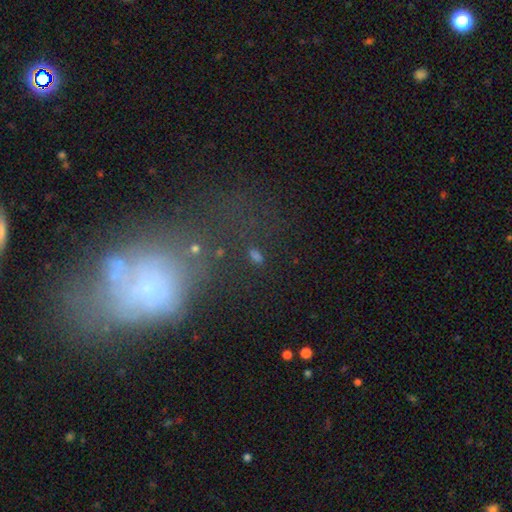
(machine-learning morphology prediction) smooth_or_featured: smooth (p=0.56) [alt: star or artifact p=0.30]
how_rounded: in between (p=0.74) [alt: round p=0.17]
merging: none (p=0.68) [alt: minor disturbance p=0.14]